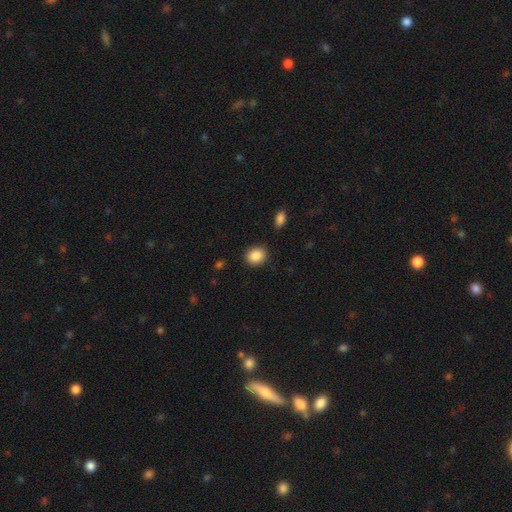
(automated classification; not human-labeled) Overall: smooth (88%). How rounded: round (66%; in between 33%). Merging: none (87%).